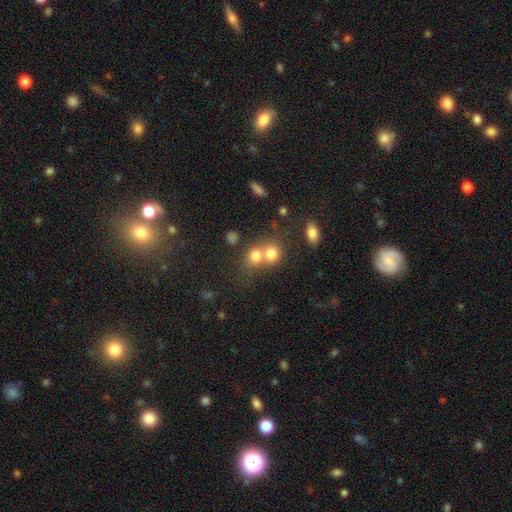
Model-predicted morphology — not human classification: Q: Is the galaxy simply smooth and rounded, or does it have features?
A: smooth — 75%.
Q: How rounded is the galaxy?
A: round — 75%.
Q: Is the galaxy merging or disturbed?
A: merger — 60%.